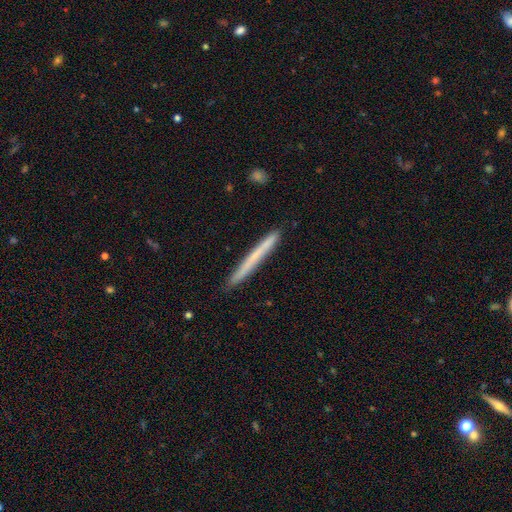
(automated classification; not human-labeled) Smooth or featured?
  - smooth: 58% *
  - featured or disk: 36%
  - star or artifact: 6%
How rounded?
  - cigar-shaped: 97% *
  - in between: 1%
  - round: 1%
Merging?
  - none: 90% *
  - minor disturbance: 8%
  - major disturbance: 1%
  - merger: 1%